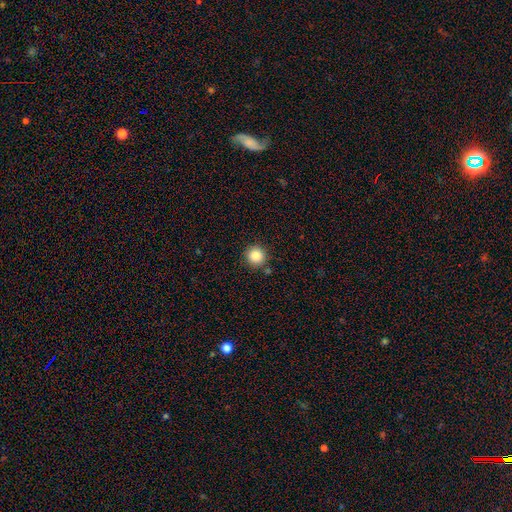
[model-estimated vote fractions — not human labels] A smooth galaxy with no disk features (86%) that is round (95%). Merging: none (87%).